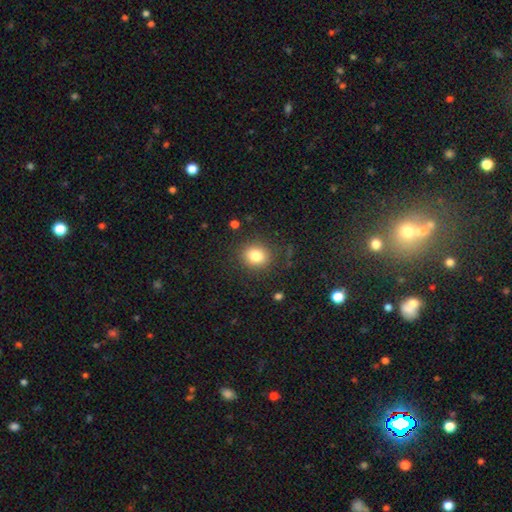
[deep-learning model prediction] Smooth or featured? smooth (81%)
How rounded? round (68%)
Merging? none (85%)